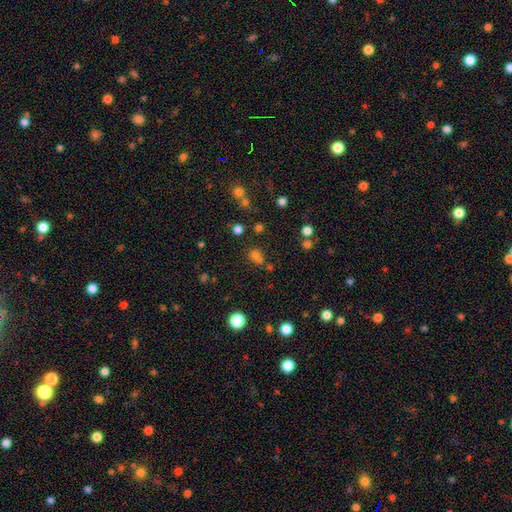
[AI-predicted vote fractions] The model was most divided on "merging": none: 51%, merger: 34%, minor disturbance: 10%, major disturbance: 5%. More confident: how rounded — round (75%); smooth or featured — smooth (65%).